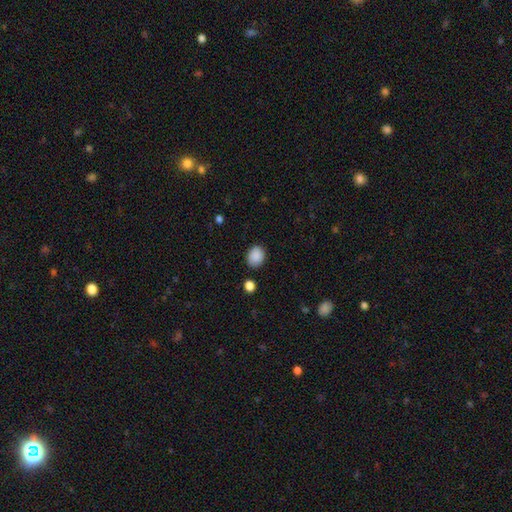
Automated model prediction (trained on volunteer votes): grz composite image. It shows a smooth galaxy with no disk features (89%) that is round (53%). Merging: none (84%).